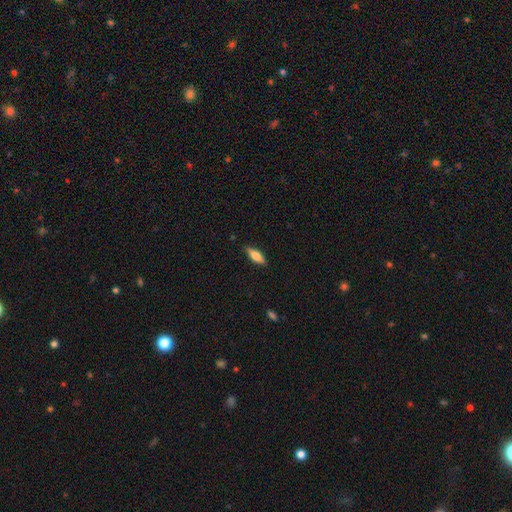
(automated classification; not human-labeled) A smooth galaxy with no disk features (69%) that is in between round and cigar-shaped (57%).

Vote fractions:
- Smooth or featured? smooth: 69% / featured or disk: 25% / star or artifact: 6%
- How rounded? in between: 57% / cigar-shaped: 40% / round: 2%
- Merging? none: 85% / minor disturbance: 12% / major disturbance: 2% / merger: 1%